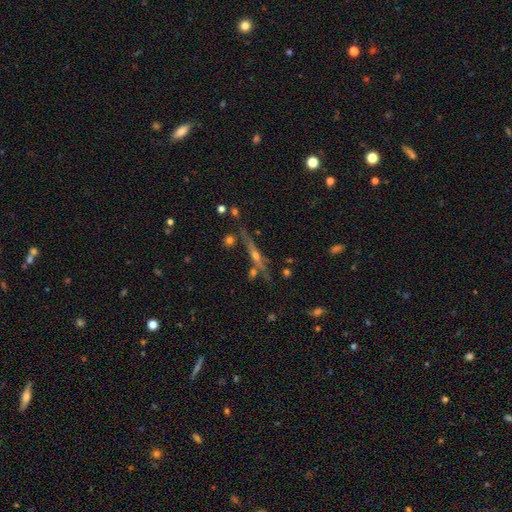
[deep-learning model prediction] Q: Smooth or featured?
A: featured or disk (72%); runner-up: star or artifact (14%)
Q: Edge-on disk?
A: yes (94%); runner-up: no (6%)
Q: Edge-on bulge?
A: rounded (88%); runner-up: none (8%)
Q: Merging?
A: none (75%); runner-up: minor disturbance (12%)